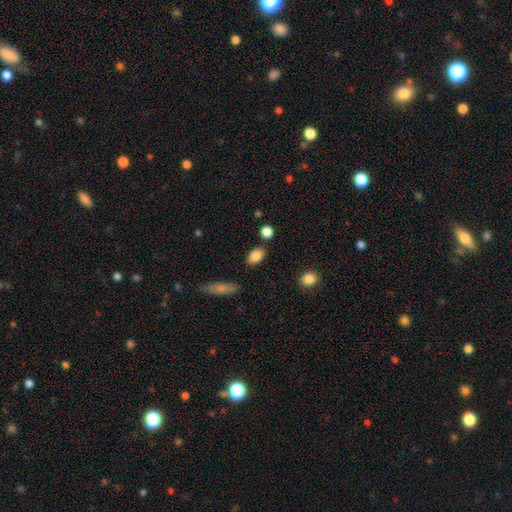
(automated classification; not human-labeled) smooth 86%, star or artifact 8%, featured or disk 6%. Down the decision tree: how rounded — in between (86%); merging — none (82%).